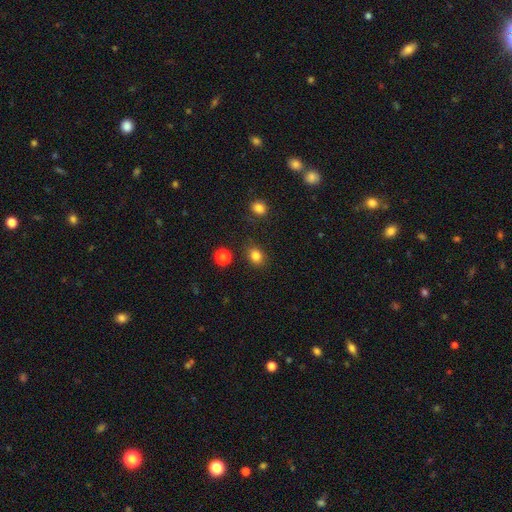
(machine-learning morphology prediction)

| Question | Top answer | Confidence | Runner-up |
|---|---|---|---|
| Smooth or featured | smooth | 83% | star or artifact (12%) |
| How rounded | round | 54% | in between (45%) |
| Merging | none | 83% | minor disturbance (11%) |